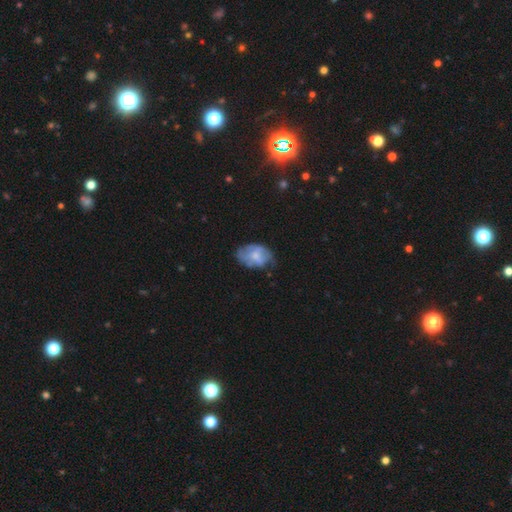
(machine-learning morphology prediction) Smooth or featured?
  - smooth: 54% *
  - featured or disk: 39%
  - star or artifact: 7%
How rounded?
  - in between: 85% *
  - round: 14%
  - cigar-shaped: 1%
Merging?
  - none: 53% *
  - minor disturbance: 31%
  - major disturbance: 13%
  - merger: 2%